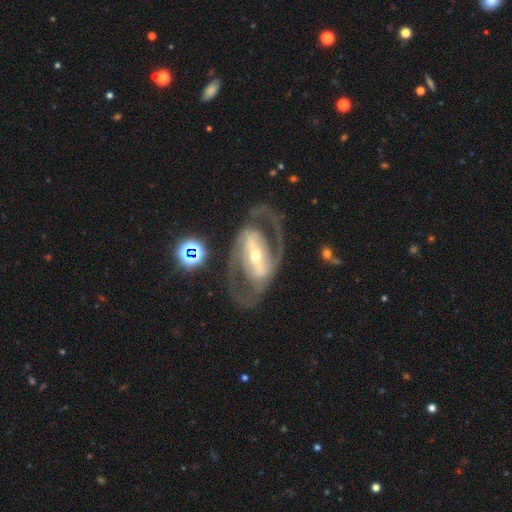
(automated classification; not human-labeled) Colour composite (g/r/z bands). It shows a featured or disk galaxy (87%) with a strong bar (66%), 2 (88%) medium (54%) spiral arms (87%) and a small central bulge (48%). Merging: none (73%).